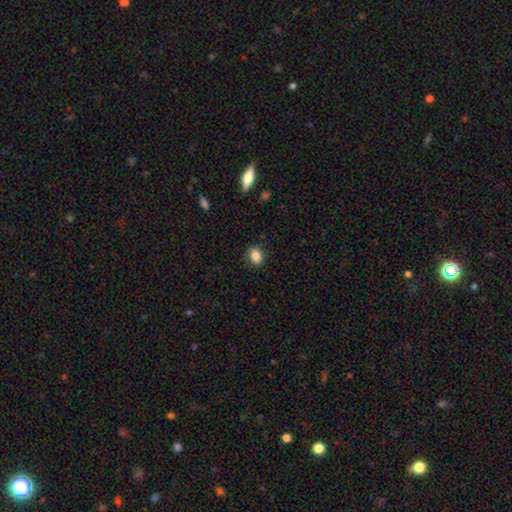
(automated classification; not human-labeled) The model was most divided on "how rounded": in between: 69%, round: 29%, cigar-shaped: 1%. More confident: smooth or featured — smooth (86%); merging — none (82%).